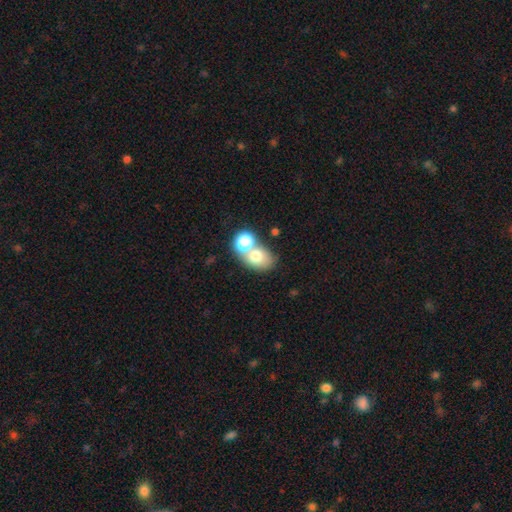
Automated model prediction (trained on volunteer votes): Smooth or featured?
  - smooth: 70% *
  - featured or disk: 17%
  - star or artifact: 13%
How rounded?
  - in between: 61% *
  - round: 37%
  - cigar-shaped: 1%
Merging?
  - merger: 44% *
  - none: 41%
  - minor disturbance: 10%
  - major disturbance: 5%